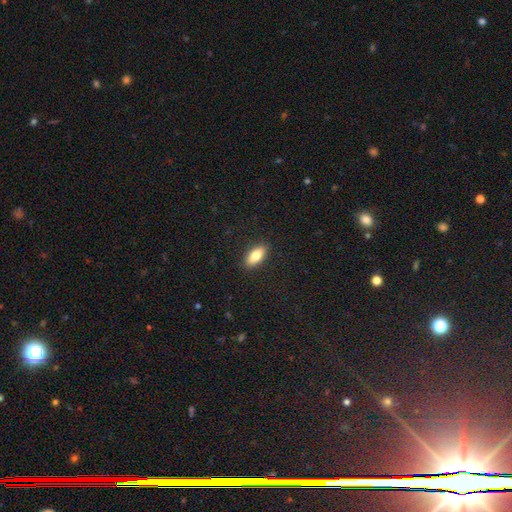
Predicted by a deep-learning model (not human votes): Overall: smooth (79%). How rounded: in between (83%). Merging: none (89%).